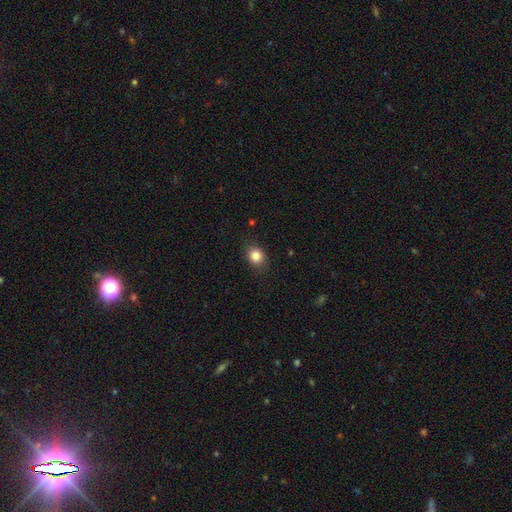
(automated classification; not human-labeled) Smooth or featured?
  - smooth: 85% *
  - star or artifact: 10%
  - featured or disk: 5%
How rounded?
  - round: 65% *
  - in between: 34%
  - cigar-shaped: 1%
Merging?
  - none: 84% *
  - minor disturbance: 12%
  - major disturbance: 3%
  - merger: 1%